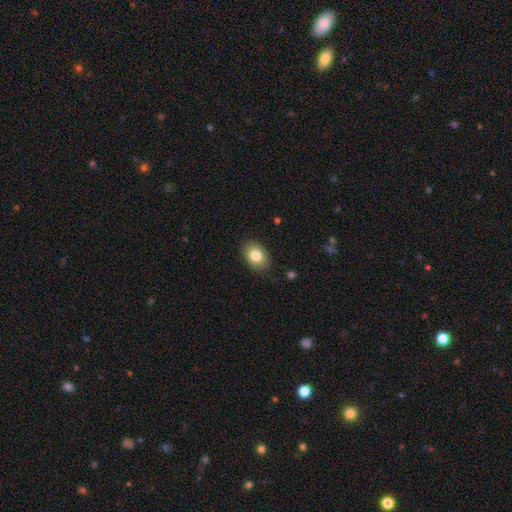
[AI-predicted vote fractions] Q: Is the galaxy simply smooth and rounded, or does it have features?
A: smooth — 82%.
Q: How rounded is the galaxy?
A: in between — 79%.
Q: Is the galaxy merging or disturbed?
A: none — 86%.